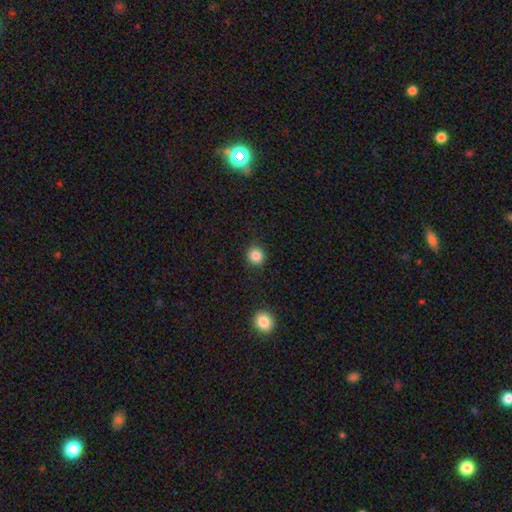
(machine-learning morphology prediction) The model was most divided on "smooth or featured": smooth: 85%, star or artifact: 11%, featured or disk: 4%. More confident: merging — none (89%); how rounded — round (89%).